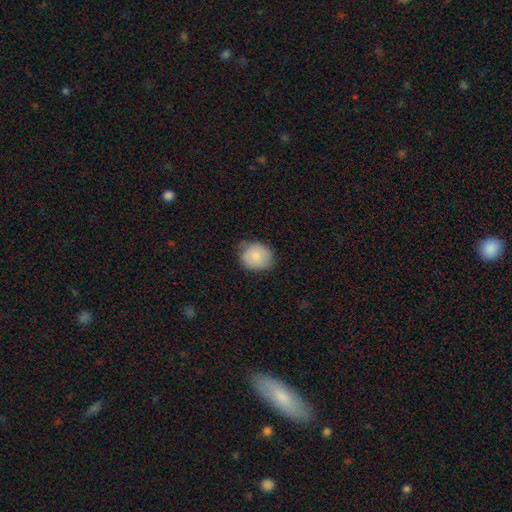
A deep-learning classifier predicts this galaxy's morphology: Overall: smooth (82%). How rounded: round (64%; in between 35%). Merging: none (65%; minor disturbance 28%).